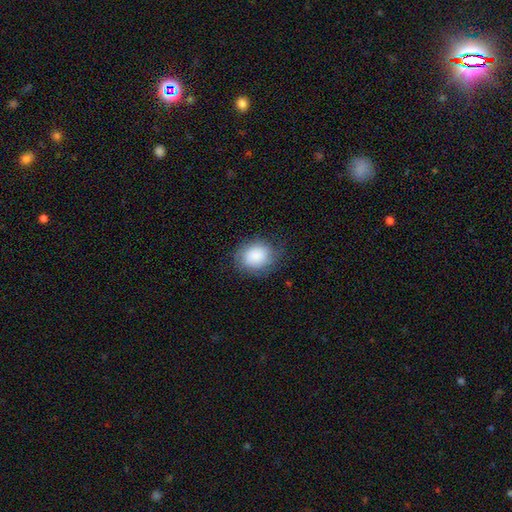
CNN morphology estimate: Q: Smooth or featured?
A: smooth (83%); runner-up: featured or disk (10%)
Q: How rounded?
A: round (55%); runner-up: in between (44%)
Q: Merging?
A: none (74%); runner-up: minor disturbance (18%)